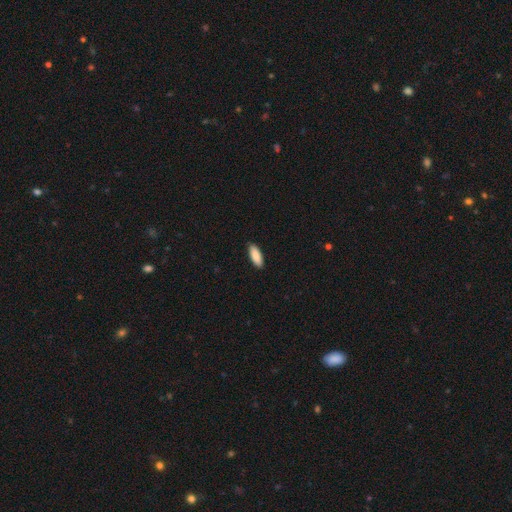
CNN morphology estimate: A smooth galaxy with no disk features (89%) that is in between round and cigar-shaped (75%).

Vote fractions:
- Smooth or featured? smooth: 89% / star or artifact: 5% / featured or disk: 5%
- How rounded? in between: 75% / cigar-shaped: 24% / round: 2%
- Merging? none: 89% / minor disturbance: 9% / major disturbance: 2% / merger: 1%